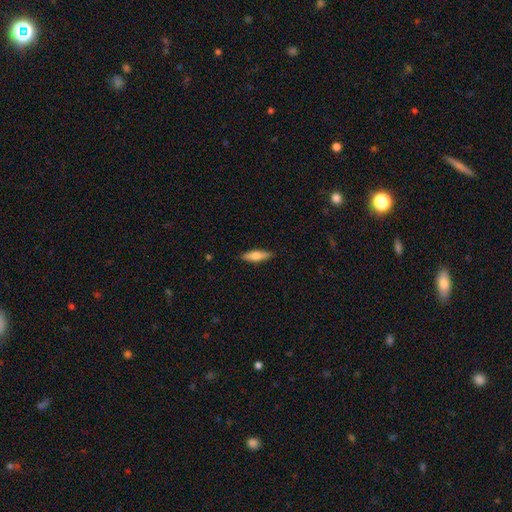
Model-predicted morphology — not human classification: This appears to be a smooth galaxy with no disk features (67%) that is cigar-shaped (54%). Merging: none (87%).